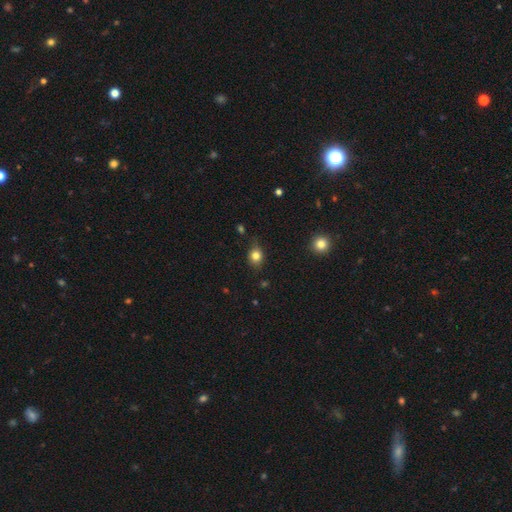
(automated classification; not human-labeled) This is clearly a smooth galaxy (81%). How rounded: possibly round (58%). Merging: likely none (72%).